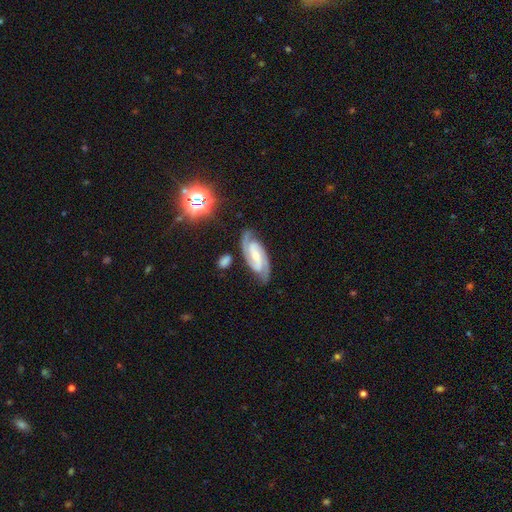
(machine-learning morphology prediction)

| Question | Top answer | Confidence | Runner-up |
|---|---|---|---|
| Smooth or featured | featured or disk | 89% | smooth (6%) |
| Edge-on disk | no | 96% | yes (4%) |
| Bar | weak | 42% | strong (33%) |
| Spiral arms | yes | 98% | no (2%) |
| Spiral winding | tight | 48% | medium (45%) |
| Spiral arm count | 2 | 90% | 3 (4%) |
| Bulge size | small | 58% | moderate (34%) |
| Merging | none | 80% | minor disturbance (14%) |